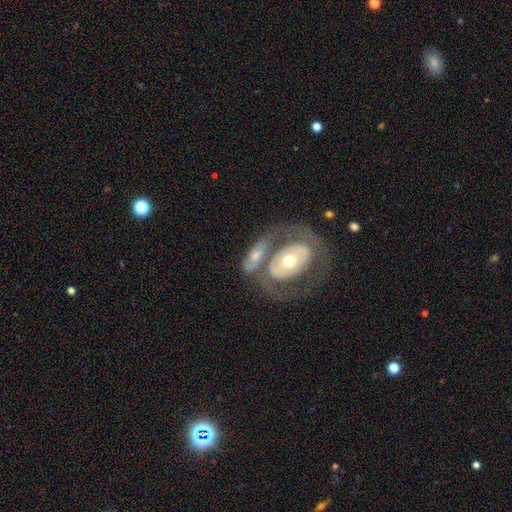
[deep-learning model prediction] smooth-or-featured: featured or disk: 60% | smooth: 35% | star or artifact: 5%
  disk-edge-on: no: 90% | yes: 10%
    bar: no: 80% | weak: 13% | strong: 7%
    has-spiral-arms: no: 67% | yes: 33%
    bulge-size: moderate: 71% | small: 20% | large: 6% | none: 2% | dominant: 1%
  merging: merger: 38% | none: 37% | minor disturbance: 14% | major disturbance: 12%